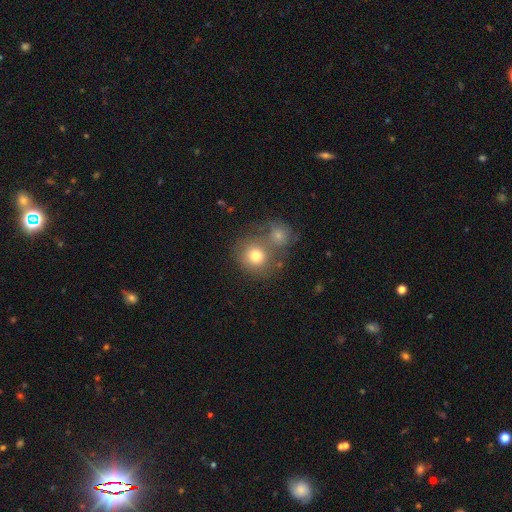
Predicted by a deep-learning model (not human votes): This appears to be a smooth galaxy with no disk features (76%) that is round (85%). Merging: merger (43%, tied with none).